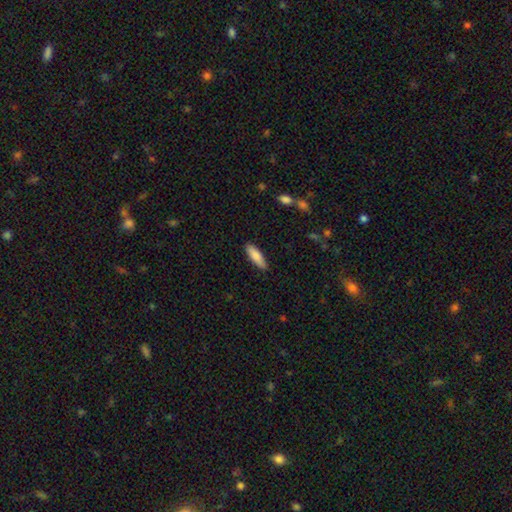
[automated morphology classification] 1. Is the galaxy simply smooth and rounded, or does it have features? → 84% smooth, 10% featured or disk, 6% star or artifact.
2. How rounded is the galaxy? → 54% cigar-shaped, 44% in between, 2% round.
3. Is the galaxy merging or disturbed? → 88% none, 9% minor disturbance, 2% major disturbance, 1% merger.